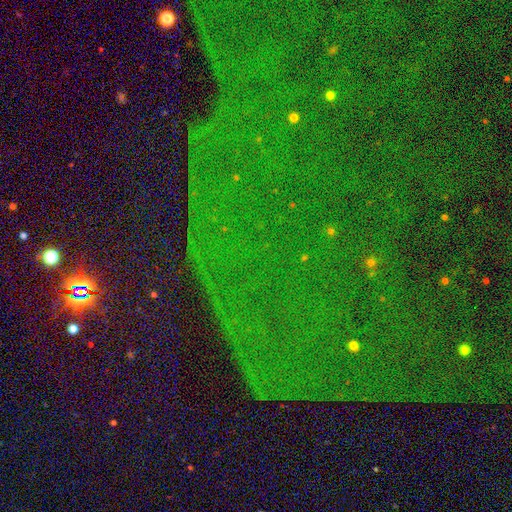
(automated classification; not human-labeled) Overall: star or artifact (85%).